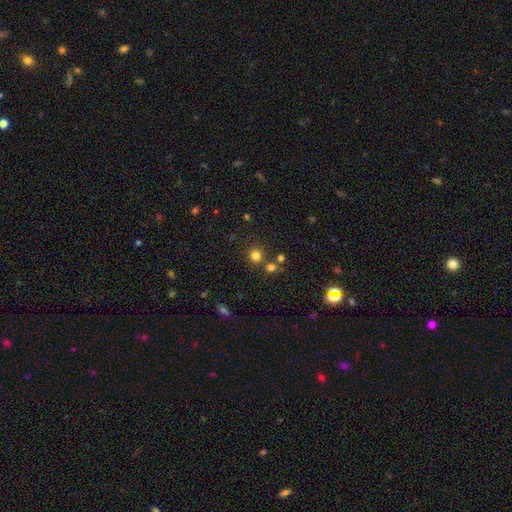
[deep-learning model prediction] Overall: smooth (78%). How rounded: round (92%). Merging: none (78%).